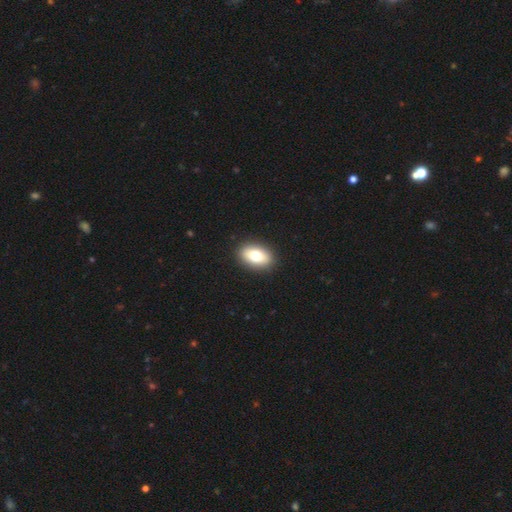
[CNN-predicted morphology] smooth-or-featured: smooth: 75% | featured or disk: 18% | star or artifact: 8%
  how-rounded: in between: 86% | round: 12% | cigar-shaped: 2%
  merging: none: 91% | minor disturbance: 6% | major disturbance: 2% | merger: 1%